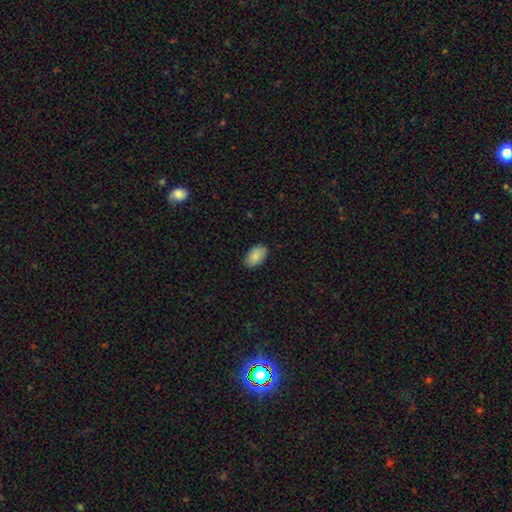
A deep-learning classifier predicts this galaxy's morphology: Overall: smooth (88%). How rounded: in between (94%). Merging: none (87%).